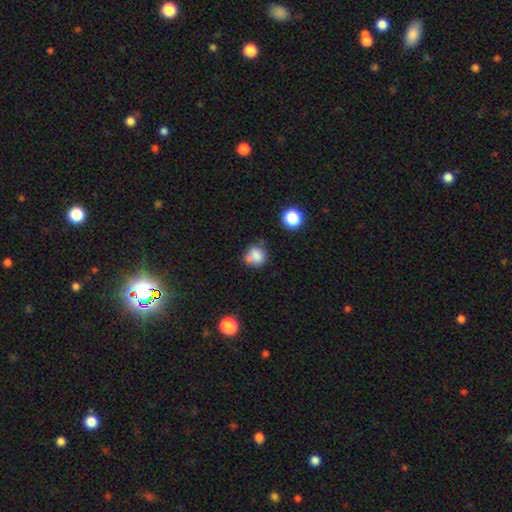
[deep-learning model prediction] A smooth galaxy with no disk features (78%) that is round (80%). Merging: none (56%).